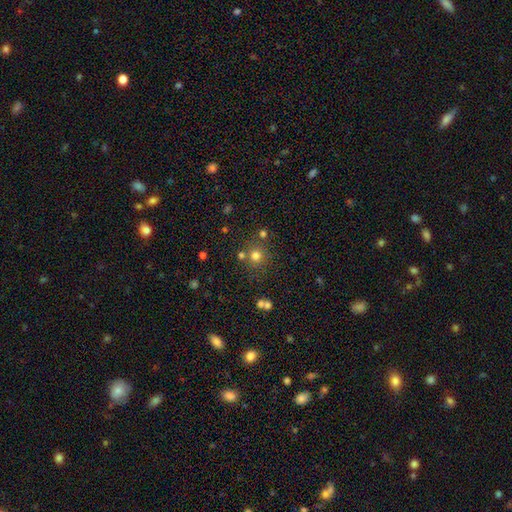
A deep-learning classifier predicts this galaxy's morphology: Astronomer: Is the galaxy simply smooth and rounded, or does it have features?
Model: smooth — 73%.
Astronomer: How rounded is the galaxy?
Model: round — 92%.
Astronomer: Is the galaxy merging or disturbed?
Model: none — 76%.